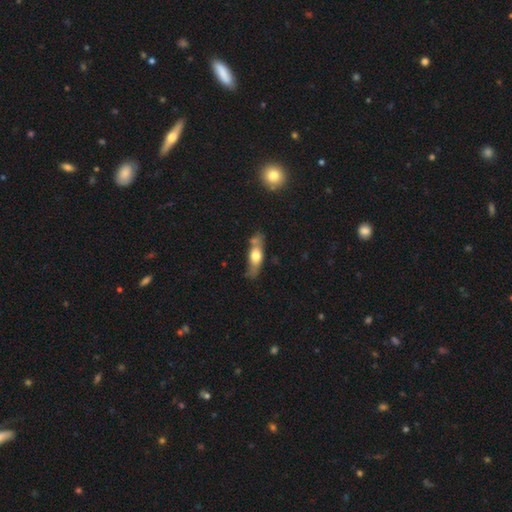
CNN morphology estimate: smooth_or_featured: smooth (p=0.51) [alt: featured or disk p=0.42]
how_rounded: in between (p=0.51) [alt: cigar-shaped p=0.43]
merging: none (p=0.58) [alt: minor disturbance p=0.22]